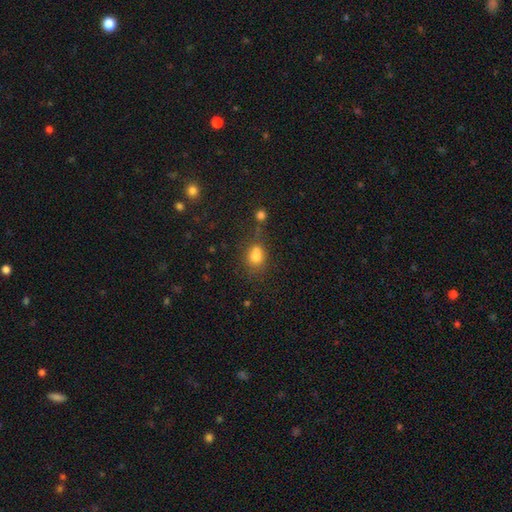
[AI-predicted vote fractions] smooth 75%, star or artifact 14%, featured or disk 11%. Down the decision tree: how rounded — round (56%); merging — none (46%).